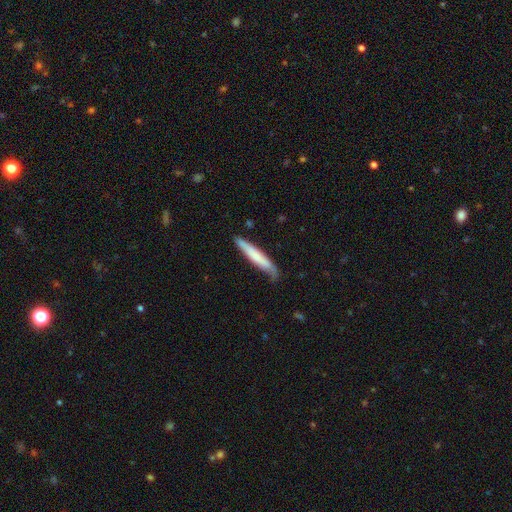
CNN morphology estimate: Smooth or featured?
  - smooth: 63% *
  - featured or disk: 32%
  - star or artifact: 5%
How rounded?
  - cigar-shaped: 92% *
  - in between: 7%
  - round: 1%
Merging?
  - none: 65% *
  - minor disturbance: 27%
  - major disturbance: 5%
  - merger: 2%